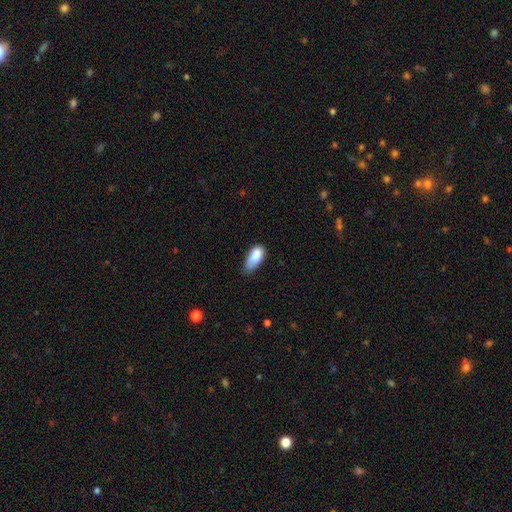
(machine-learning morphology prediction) This is clearly a smooth galaxy (85%). How rounded: clearly in between (88%). Merging: marginally minor disturbance (44%).